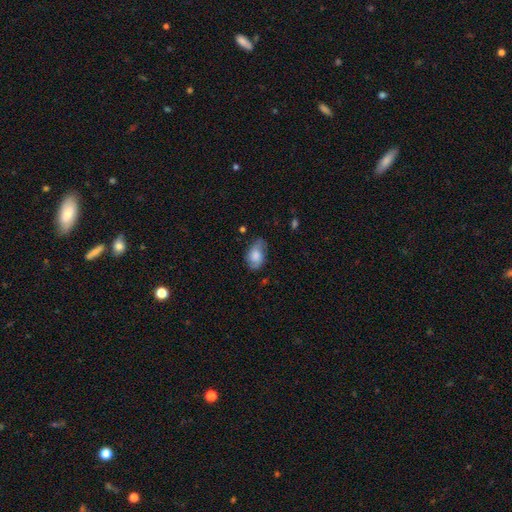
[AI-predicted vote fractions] A smooth galaxy with no disk features (64%) that is in between round and cigar-shaped (89%).

Vote fractions:
- Smooth or featured? smooth: 64% / featured or disk: 28% / star or artifact: 8%
- How rounded? in between: 89% / round: 9% / cigar-shaped: 2%
- Merging? none: 63% / minor disturbance: 28% / major disturbance: 8% / merger: 2%